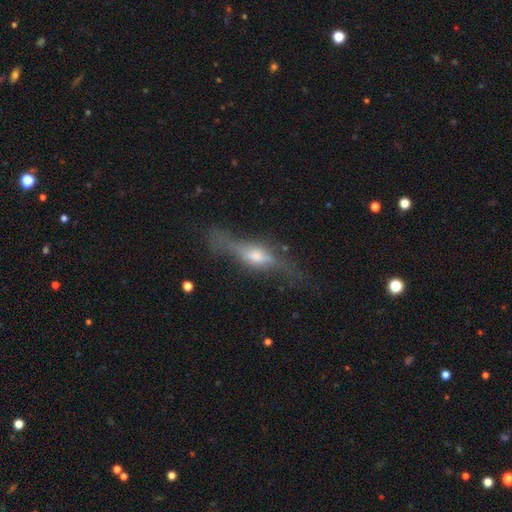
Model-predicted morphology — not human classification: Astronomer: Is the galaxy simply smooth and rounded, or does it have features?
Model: featured or disk — 67%.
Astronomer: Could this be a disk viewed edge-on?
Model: yes — 84%.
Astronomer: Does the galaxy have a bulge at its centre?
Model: rounded — 82%.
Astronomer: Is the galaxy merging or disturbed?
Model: none — 61%.